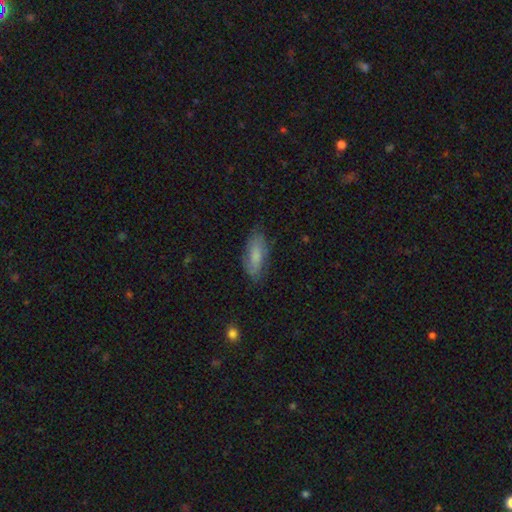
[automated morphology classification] This is likely a smooth galaxy (70%). How rounded: likely in between (79%). Merging: likely none (75%).